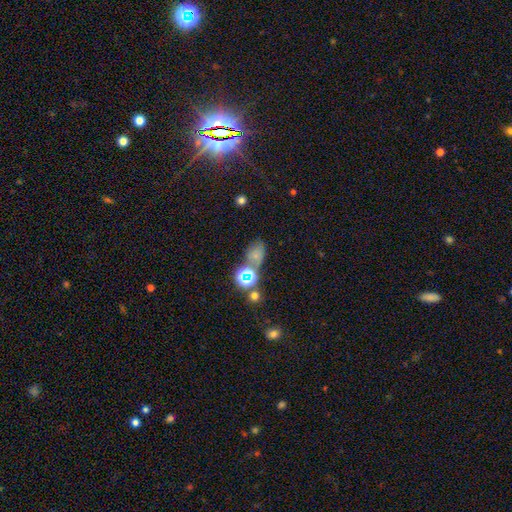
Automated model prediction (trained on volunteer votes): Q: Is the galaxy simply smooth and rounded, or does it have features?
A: smooth — 59%.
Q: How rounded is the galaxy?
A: in between — 68%.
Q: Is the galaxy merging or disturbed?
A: none — 50%.